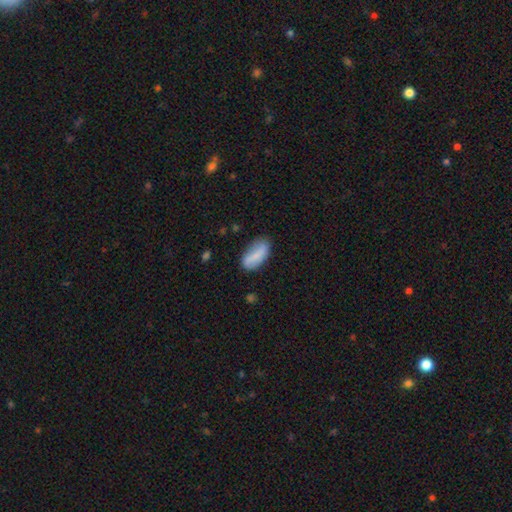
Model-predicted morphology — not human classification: A smooth galaxy with no disk features (76%) that is in between round and cigar-shaped (87%). Merging: none (70%).